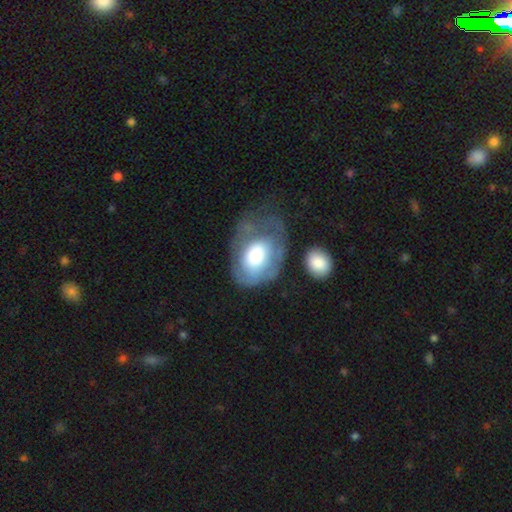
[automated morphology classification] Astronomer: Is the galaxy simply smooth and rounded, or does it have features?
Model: smooth — 51% (runner-up: featured or disk, 43%).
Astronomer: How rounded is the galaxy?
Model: in between — 80%.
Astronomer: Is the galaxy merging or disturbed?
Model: major disturbance — 37% (runner-up: none, 28%).